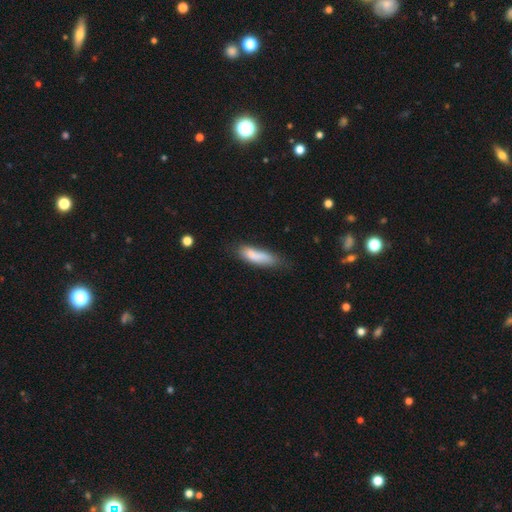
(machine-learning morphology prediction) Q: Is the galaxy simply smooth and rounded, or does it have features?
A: smooth — 79%.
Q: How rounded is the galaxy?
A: cigar-shaped — 54%.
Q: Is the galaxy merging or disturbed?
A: none — 52%.